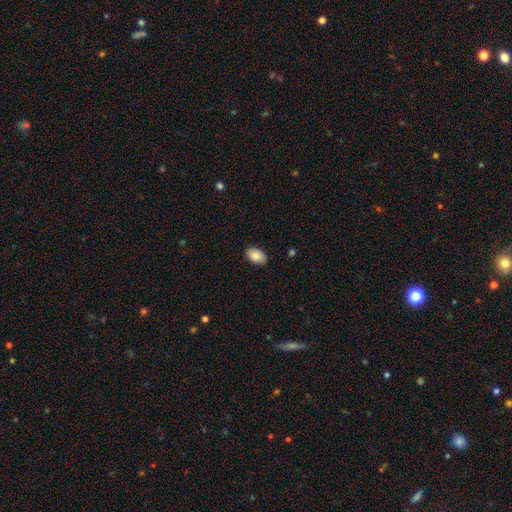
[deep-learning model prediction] Q: Smooth or featured?
A: smooth (88%); runner-up: star or artifact (7%)
Q: How rounded?
A: in between (91%); runner-up: round (8%)
Q: Merging?
A: none (87%); runner-up: minor disturbance (10%)